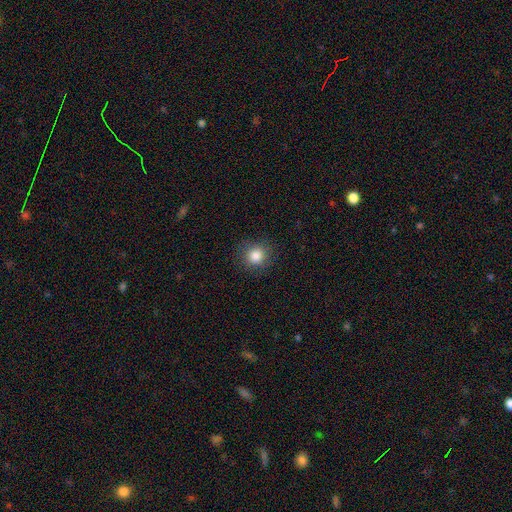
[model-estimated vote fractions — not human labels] This is clearly a smooth galaxy (84%). How rounded: clearly round (89%). Merging: clearly none (87%).